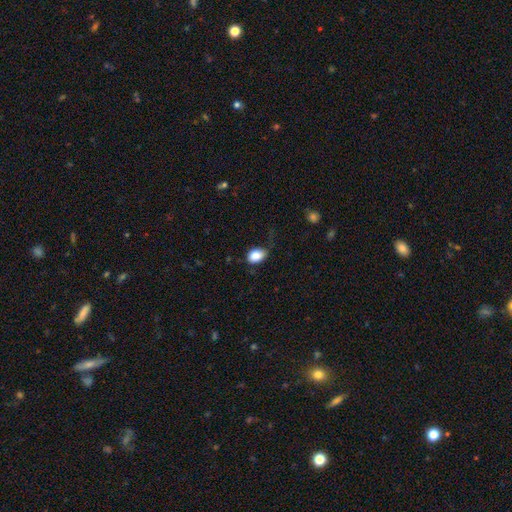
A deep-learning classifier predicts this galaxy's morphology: Overall: smooth (87%). How rounded: in between (78%). Merging: none (61%; minor disturbance 27%).